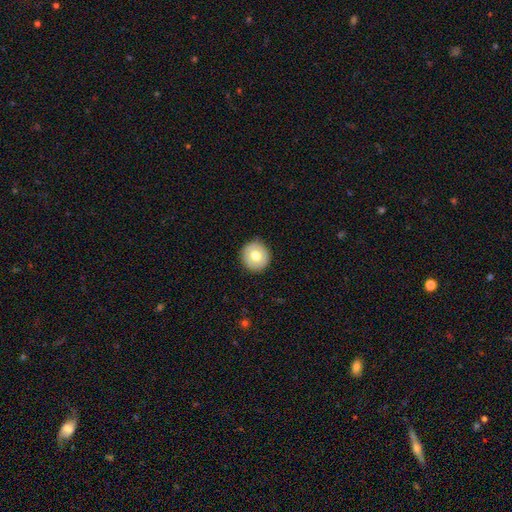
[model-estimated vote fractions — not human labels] Q: Smooth or featured?
A: smooth (71%); runner-up: featured or disk (21%)
Q: How rounded?
A: round (94%); runner-up: in between (5%)
Q: Merging?
A: none (90%); runner-up: minor disturbance (7%)